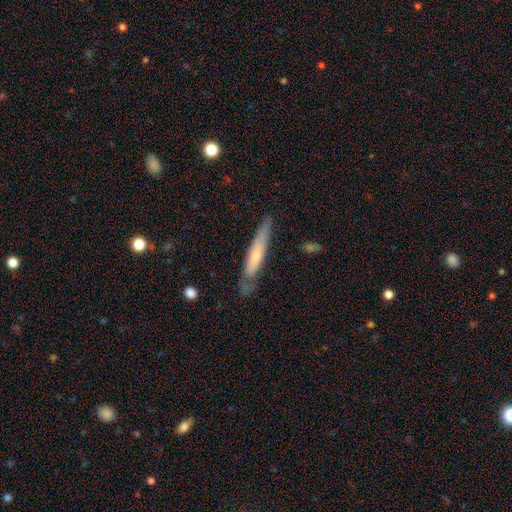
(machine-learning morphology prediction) The model was most divided on "smooth or featured": smooth: 51%, featured or disk: 43%, star or artifact: 6%. More confident: how rounded — cigar-shaped (90%); merging — none (69%).